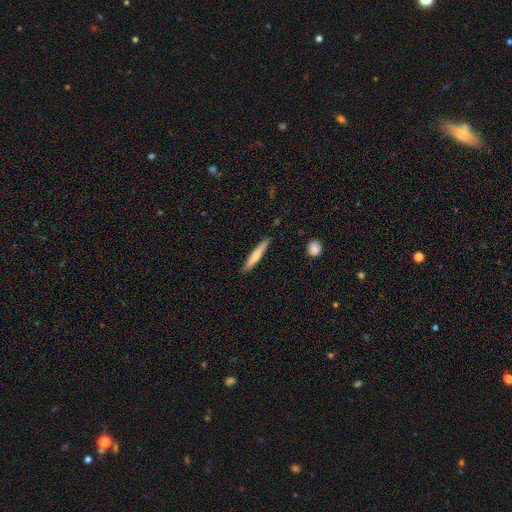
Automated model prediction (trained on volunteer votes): A smooth galaxy with no disk features (65%) that is cigar-shaped (93%). Merging: none (89%).